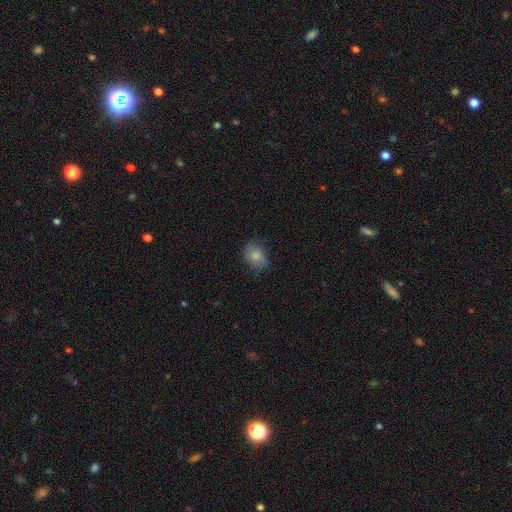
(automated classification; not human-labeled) A smooth galaxy with no disk features (79%) that is in between round and cigar-shaped (63%). Merging: none (69%).